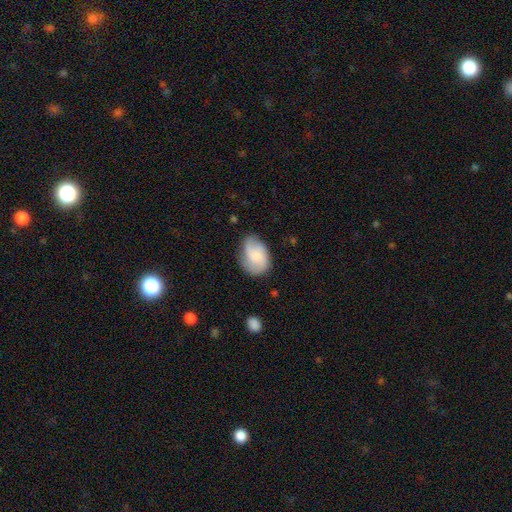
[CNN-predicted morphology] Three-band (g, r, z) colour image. It shows a smooth galaxy with no disk features (56%) that is in between round and cigar-shaped (80%). Merging: none (62%).